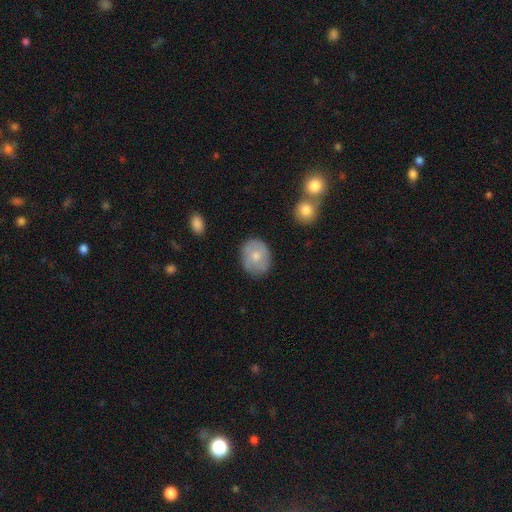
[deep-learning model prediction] Smooth or featured?
  - smooth: 57% *
  - featured or disk: 37%
  - star or artifact: 7%
How rounded?
  - round: 56% *
  - in between: 43%
  - cigar-shaped: 1%
Merging?
  - none: 73% *
  - minor disturbance: 20%
  - major disturbance: 5%
  - merger: 2%